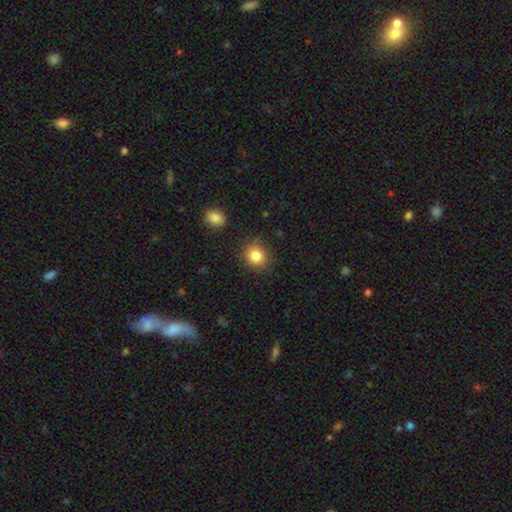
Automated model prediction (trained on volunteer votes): Overall: smooth (85%). How rounded: round (74%). Merging: none (85%).